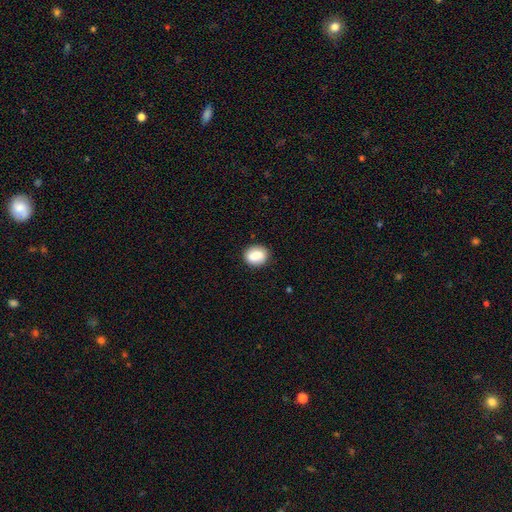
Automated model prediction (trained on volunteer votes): Morphology: type=smooth (82%); roundness=round (56%); merging=none (85%).